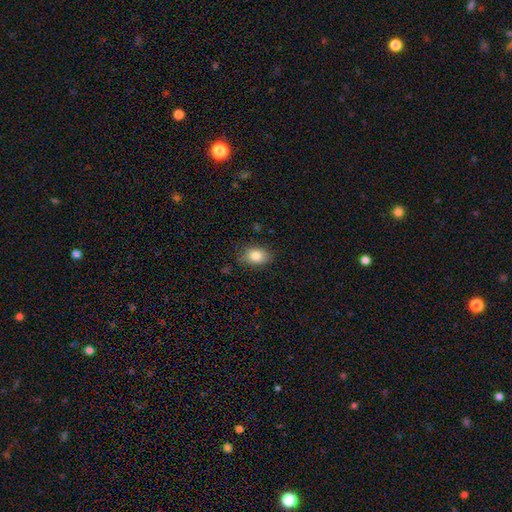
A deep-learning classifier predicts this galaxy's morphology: Smooth or featured? Predicted: smooth (p=0.83). How rounded? Predicted: in between (p=0.81). Merging? Predicted: none (p=0.81).